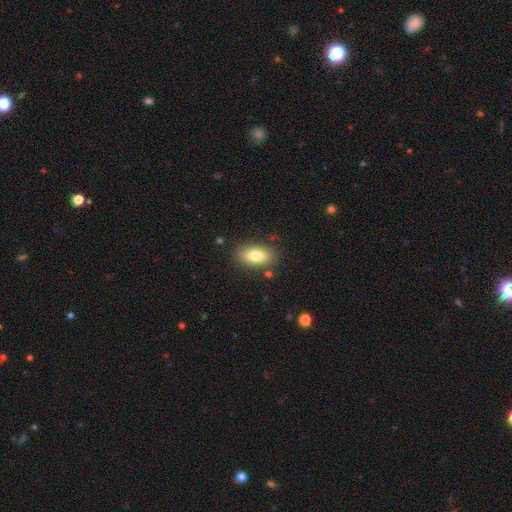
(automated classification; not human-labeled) smooth_or_featured: smooth (p=0.80) [alt: featured or disk p=0.12]
how_rounded: in between (p=0.89) [alt: cigar-shaped p=0.06]
merging: none (p=0.84) [alt: minor disturbance p=0.11]